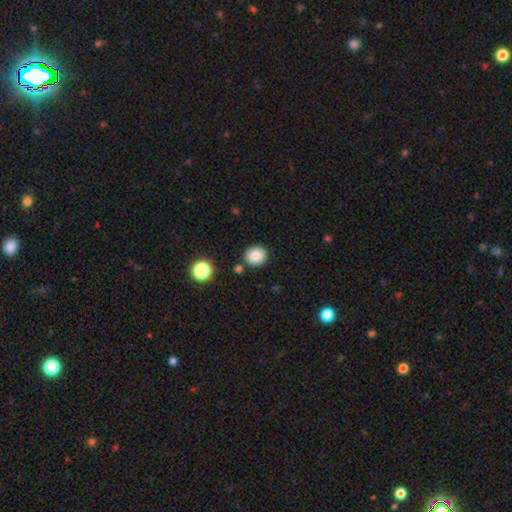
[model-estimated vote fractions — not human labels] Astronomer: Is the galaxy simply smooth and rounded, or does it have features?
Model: smooth — 85%.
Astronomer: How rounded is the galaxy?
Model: round — 80%.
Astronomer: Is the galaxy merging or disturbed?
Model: none — 85%.